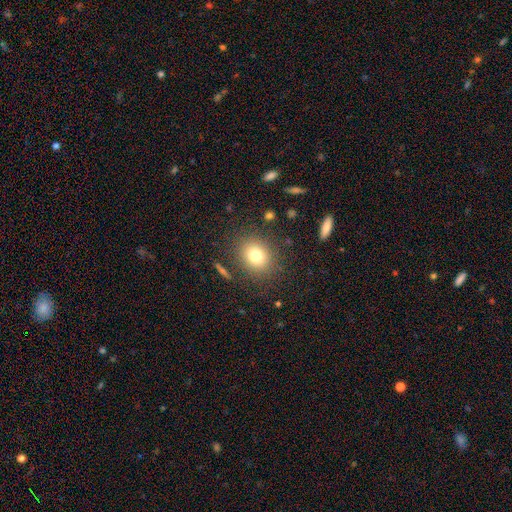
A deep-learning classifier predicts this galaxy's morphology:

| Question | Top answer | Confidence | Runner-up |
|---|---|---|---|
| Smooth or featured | smooth | 77% | star or artifact (13%) |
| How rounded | round | 66% | in between (33%) |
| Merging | none | 85% | minor disturbance (9%) |